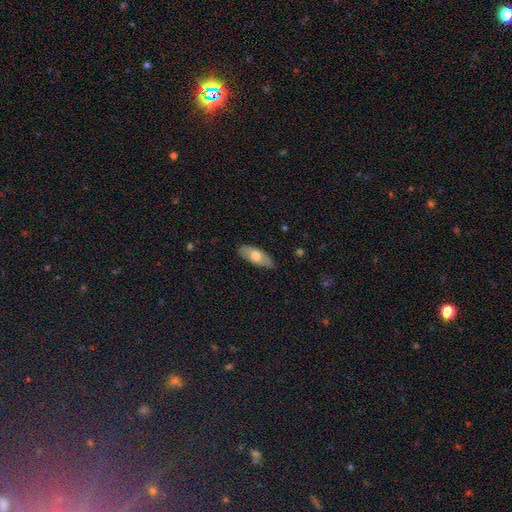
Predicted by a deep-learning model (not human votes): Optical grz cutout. It shows a smooth galaxy with no disk features (63%) that is in between round and cigar-shaped (84%). Merging: none (83%).